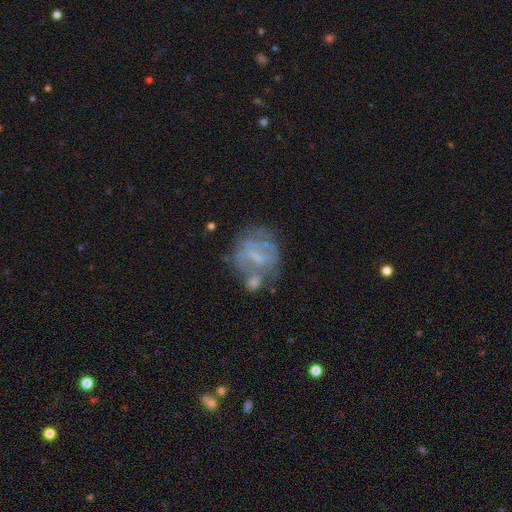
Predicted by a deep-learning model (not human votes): Overall: featured or disk (59%; smooth 30%). Edge-on disk: no (97%). Bar: weak (44%; no 39%). Spiral arms: no (63%; yes 37%). Bulge size: small (41%; none 35%). Merging: none (38%; merger 24%).